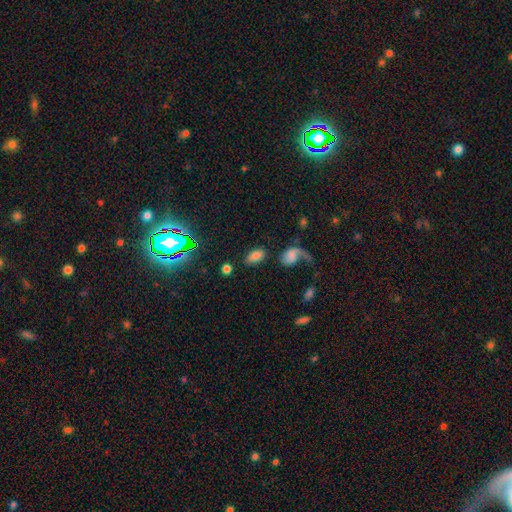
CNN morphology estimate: type=smooth (73%); roundness=in between (90%); merging=none (71%).